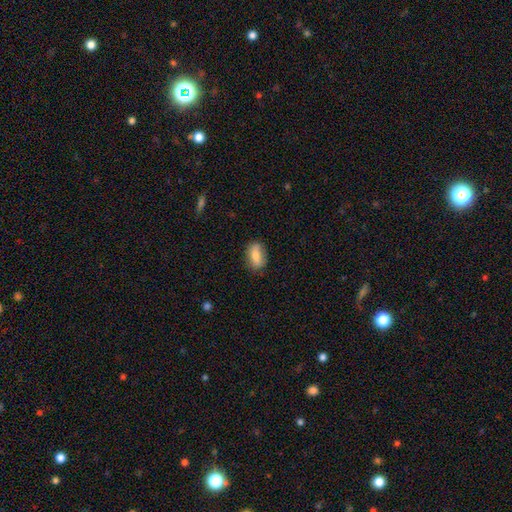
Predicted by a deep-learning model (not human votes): Morphology: type=smooth (78%); roundness=in between (84%); merging=none (78%).